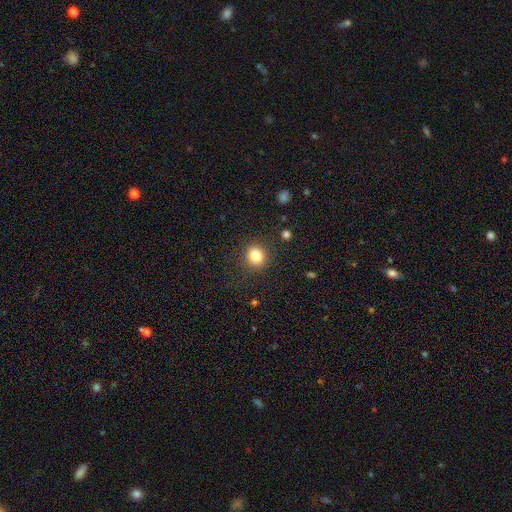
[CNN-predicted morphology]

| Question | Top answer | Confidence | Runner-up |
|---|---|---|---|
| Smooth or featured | smooth | 83% | star or artifact (12%) |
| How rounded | round | 82% | in between (17%) |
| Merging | none | 87% | minor disturbance (8%) |